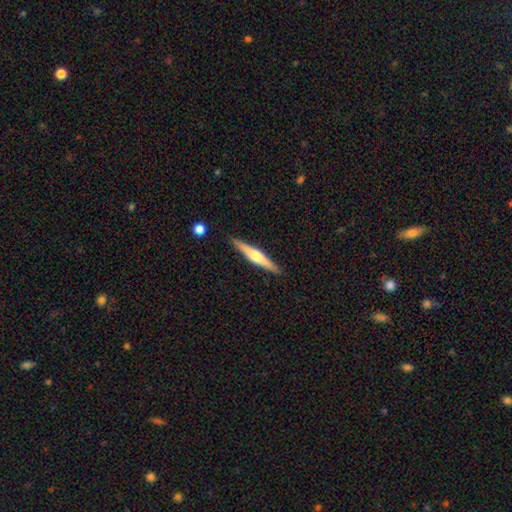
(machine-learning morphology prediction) Overall: featured or disk (64%; smooth 31%). Edge-on disk: yes (98%). Edge-on bulge: rounded (82%). Merging: none (90%).